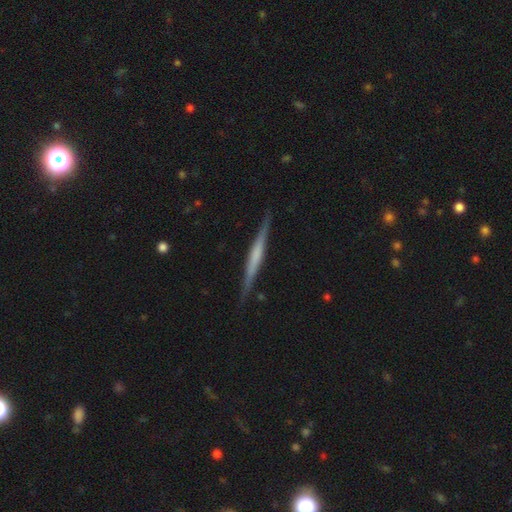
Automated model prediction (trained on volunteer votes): Smooth or featured?
  - featured or disk: 64% *
  - smooth: 31%
  - star or artifact: 5%
Edge-on disk?
  - yes: 98% *
  - no: 2%
Edge-on bulge?
  - none: 51% *
  - rounded: 26%
  - boxy: 22%
Merging?
  - none: 89% *
  - minor disturbance: 8%
  - major disturbance: 2%
  - merger: 1%